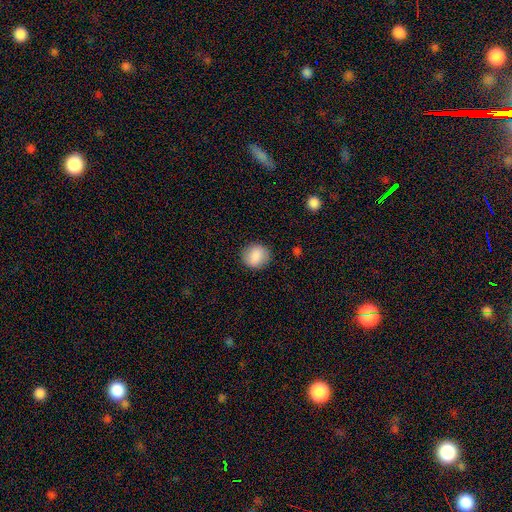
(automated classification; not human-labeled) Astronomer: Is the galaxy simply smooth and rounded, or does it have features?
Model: smooth — 87%.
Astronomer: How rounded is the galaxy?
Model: round — 83%.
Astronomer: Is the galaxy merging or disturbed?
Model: none — 87%.